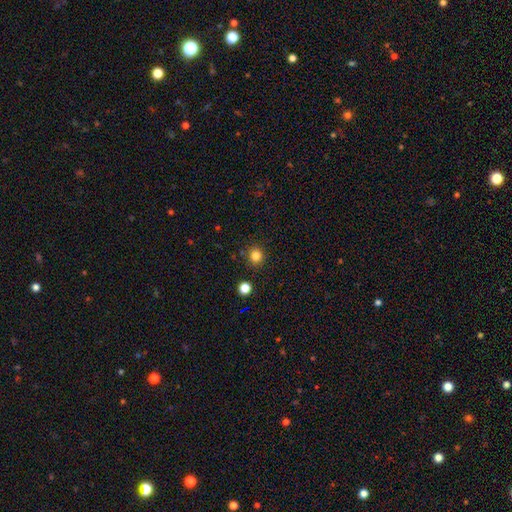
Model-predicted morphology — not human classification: A smooth galaxy with no disk features (82%) that is round (93%). Merging: none (89%).